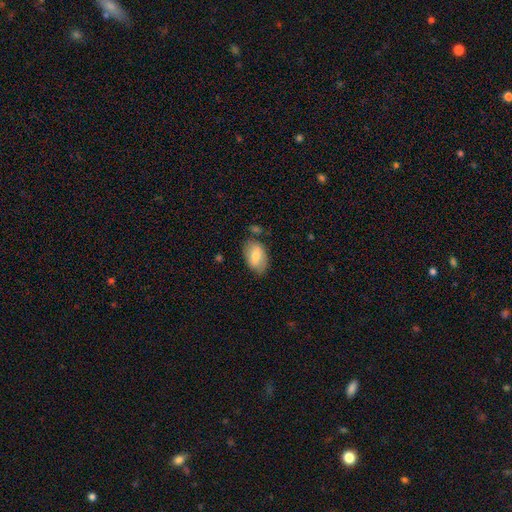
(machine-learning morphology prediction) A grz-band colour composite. It shows a smooth galaxy with no disk features (73%) that is in between round and cigar-shaped (90%). Merging: none (70%).